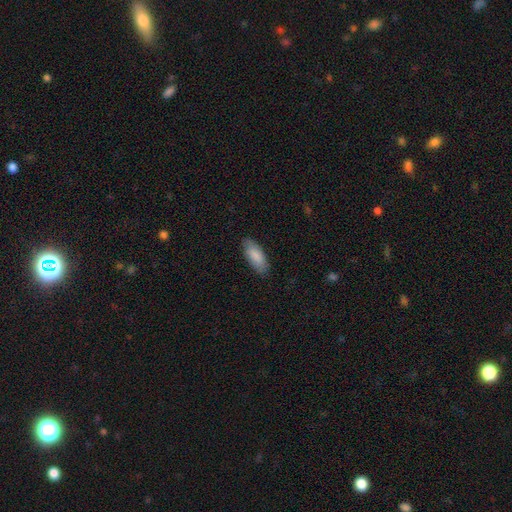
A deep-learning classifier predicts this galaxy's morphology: This appears to be a smooth galaxy with no disk features (87%) that is in between round and cigar-shaped (78%). Merging: none (84%).